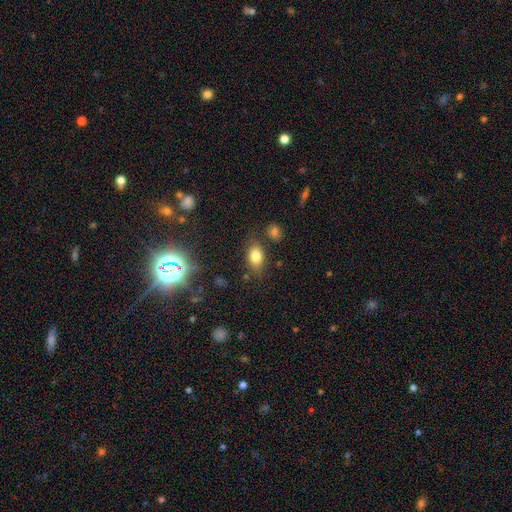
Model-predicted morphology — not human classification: A smooth galaxy with no disk features (79%) that is in between round and cigar-shaped (84%).

Vote fractions:
- Smooth or featured? smooth: 79% / star or artifact: 11% / featured or disk: 10%
- How rounded? in between: 84% / round: 14% / cigar-shaped: 3%
- Merging? none: 77% / minor disturbance: 14% / merger: 5% / major disturbance: 4%